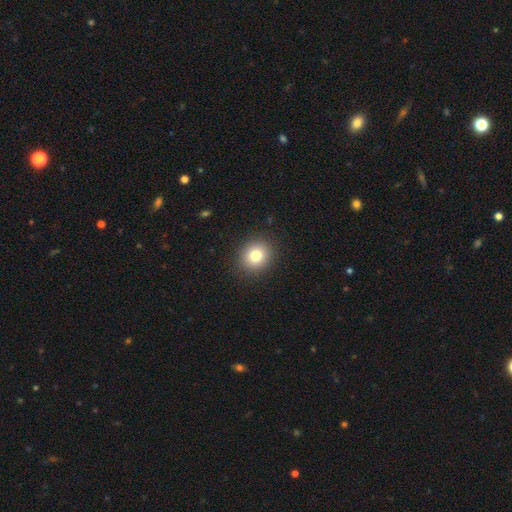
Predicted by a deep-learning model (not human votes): Smooth or featured?
  - smooth: 80% *
  - star or artifact: 12%
  - featured or disk: 9%
How rounded?
  - round: 81% *
  - in between: 18%
  - cigar-shaped: 1%
Merging?
  - none: 90% *
  - minor disturbance: 6%
  - major disturbance: 2%
  - merger: 1%